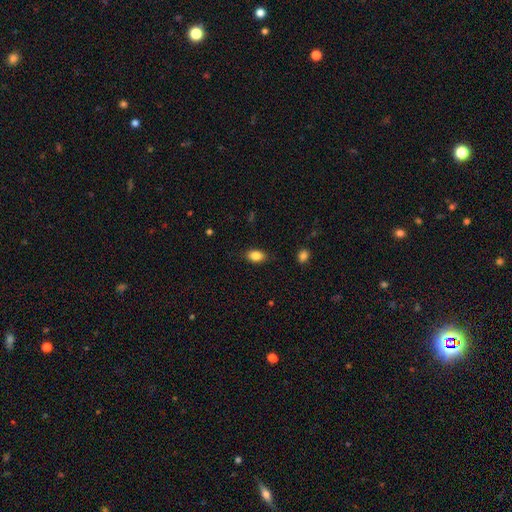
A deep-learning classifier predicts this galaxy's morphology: Smooth or featured: smooth — 86% (star or artifact — 8%)
How rounded: in between — 87% (round — 12%)
Merging: none — 85% (minor disturbance — 11%)